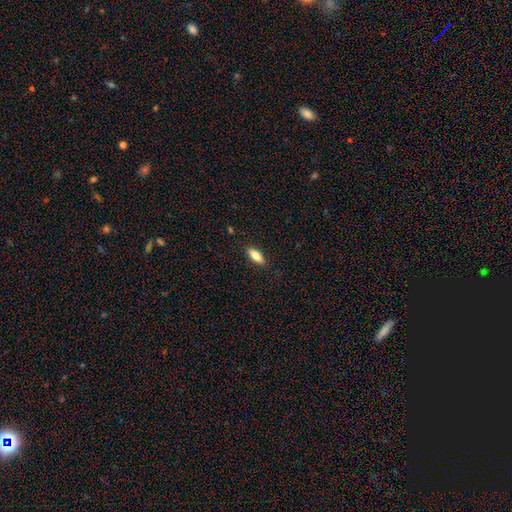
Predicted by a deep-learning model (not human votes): Smooth or featured? Predicted: smooth (p=0.74). How rounded? Predicted: in between (p=0.73). Merging? Predicted: none (p=0.87).